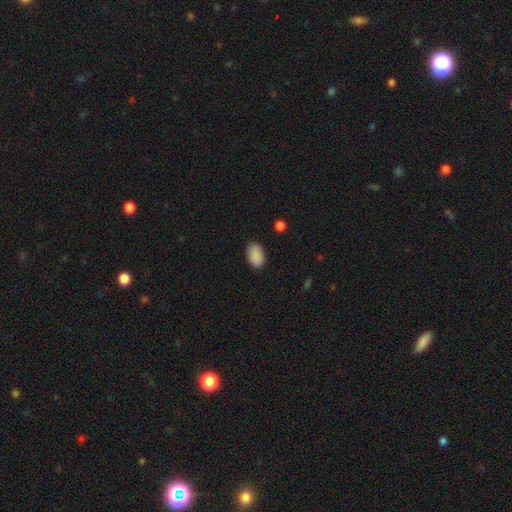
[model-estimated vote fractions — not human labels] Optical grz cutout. It shows a smooth galaxy with no disk features (90%) that is in between round and cigar-shaped (91%). Merging: none (84%).